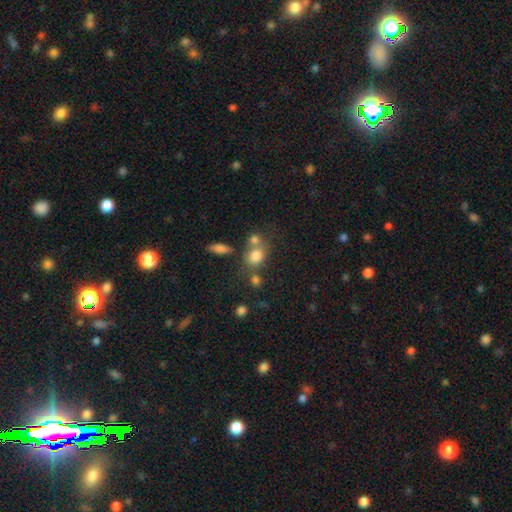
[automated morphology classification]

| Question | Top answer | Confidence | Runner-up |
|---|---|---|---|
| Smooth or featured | smooth | 78% | star or artifact (12%) |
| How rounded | in between | 52% | round (46%) |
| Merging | none | 47% | merger (32%) |